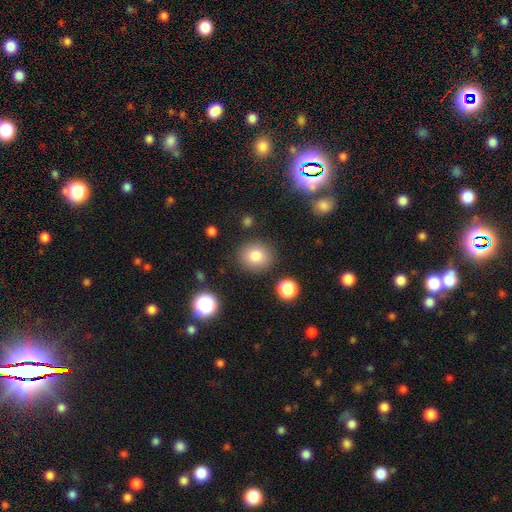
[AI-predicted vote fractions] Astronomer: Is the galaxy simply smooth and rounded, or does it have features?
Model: smooth — 82%.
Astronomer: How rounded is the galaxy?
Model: round — 80%.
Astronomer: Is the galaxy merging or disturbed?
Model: none — 86%.